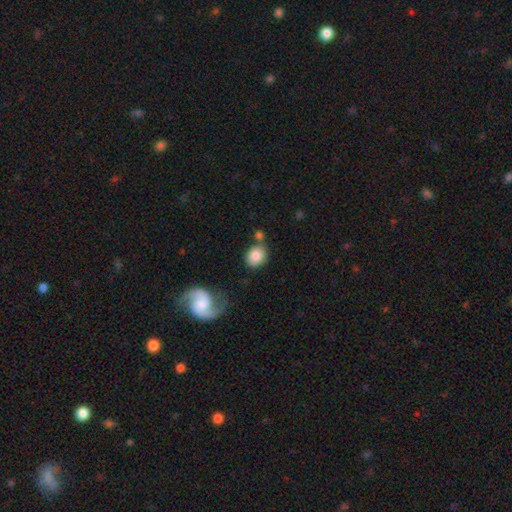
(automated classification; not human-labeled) Q: Smooth or featured?
A: smooth (83%); runner-up: featured or disk (10%)
Q: How rounded?
A: round (55%); runner-up: in between (44%)
Q: Merging?
A: none (70%); runner-up: minor disturbance (13%)